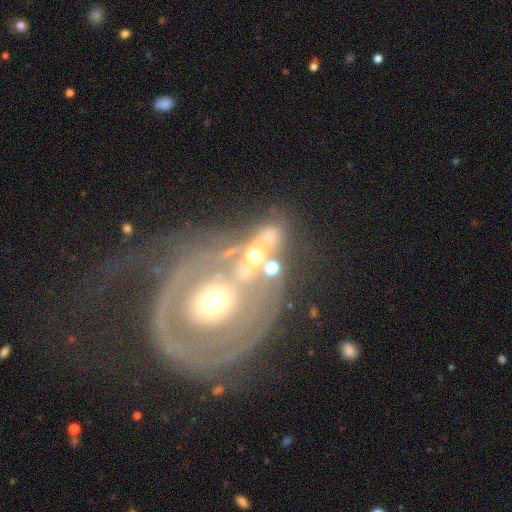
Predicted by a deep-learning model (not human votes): featured or disk 62%, smooth 25%, star or artifact 12%. Down the decision tree: edge-on disk — no (92%); bar — no (82%); spiral arms — no (67%); bulge size — moderate (62%); merging — none (35%).